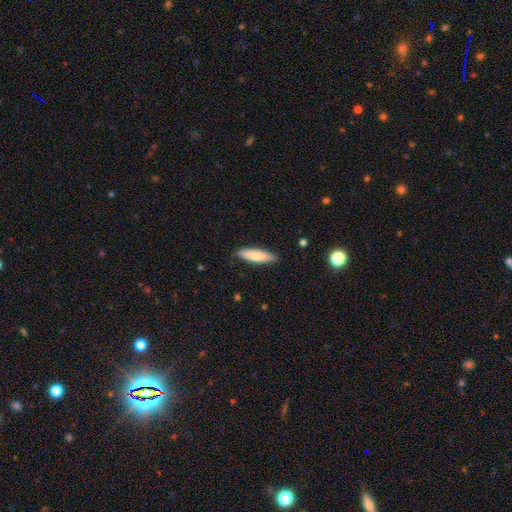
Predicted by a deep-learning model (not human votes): A smooth galaxy with no disk features (80%) that is cigar-shaped (69%).

Vote fractions:
- Smooth or featured? smooth: 80% / featured or disk: 14% / star or artifact: 5%
- How rounded? cigar-shaped: 69% / in between: 30% / round: 1%
- Merging? none: 86% / minor disturbance: 11% / major disturbance: 2% / merger: 1%